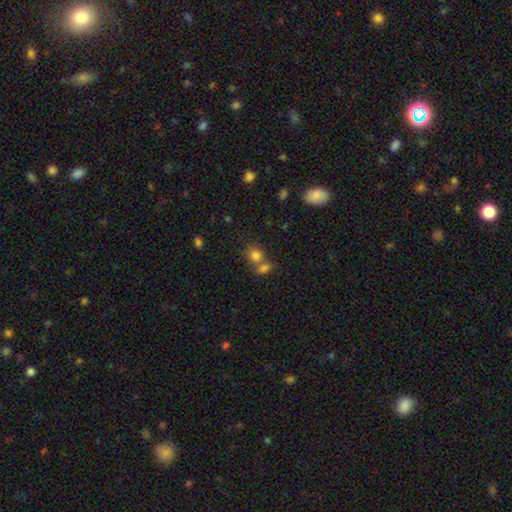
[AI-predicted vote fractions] The model was most divided on "merging": merger: 46%, none: 42%, minor disturbance: 9%, major disturbance: 4%. More confident: smooth or featured — smooth (80%); how rounded — round (66%).